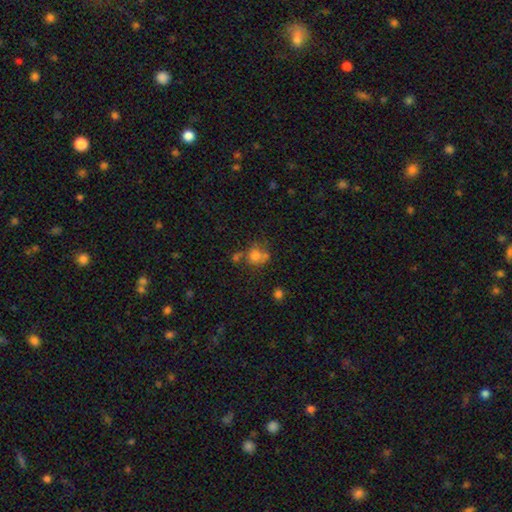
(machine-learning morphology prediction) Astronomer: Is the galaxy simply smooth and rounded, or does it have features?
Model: smooth — 71%.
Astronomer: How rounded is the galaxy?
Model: round — 79%.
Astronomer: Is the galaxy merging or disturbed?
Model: none — 48% (runner-up: merger, 28%).